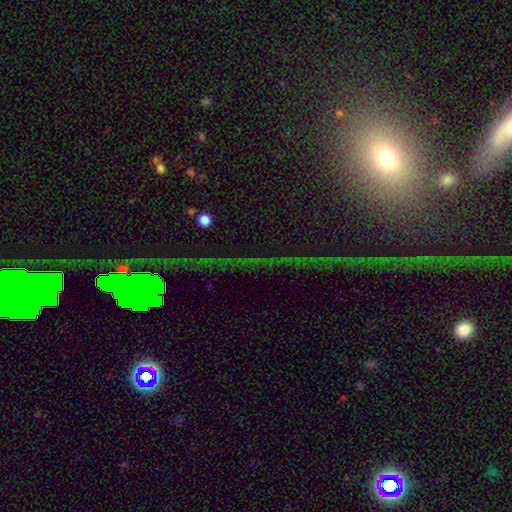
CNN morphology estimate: Smooth or featured? star or artifact (74%)